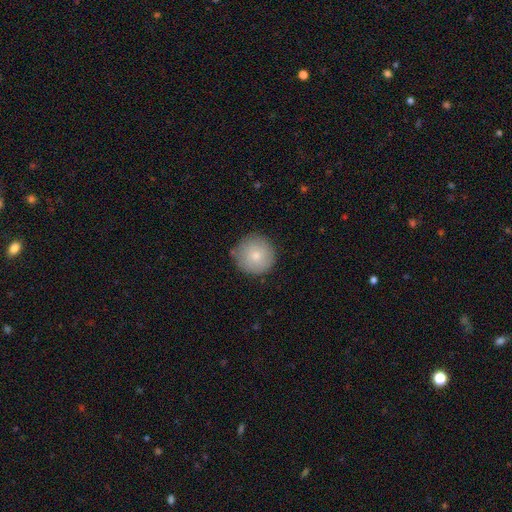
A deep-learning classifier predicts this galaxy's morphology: This is likely a smooth galaxy (79%). How rounded: clearly round (96%). Merging: clearly none (84%).